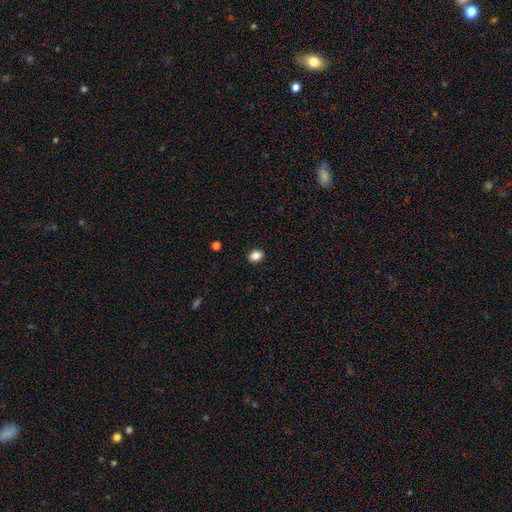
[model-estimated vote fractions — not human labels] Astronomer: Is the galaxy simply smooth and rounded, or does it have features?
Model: smooth — 85%.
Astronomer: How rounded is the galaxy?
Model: round — 50% (runner-up: in between, 49%).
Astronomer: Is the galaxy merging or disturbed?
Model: none — 90%.